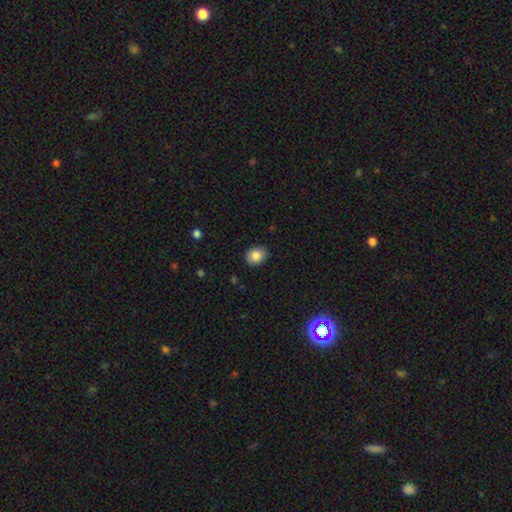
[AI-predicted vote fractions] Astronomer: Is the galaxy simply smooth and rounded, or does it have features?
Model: smooth — 85%.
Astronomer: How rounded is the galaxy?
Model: round — 54% (runner-up: in between, 45%).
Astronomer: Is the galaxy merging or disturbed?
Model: none — 88%.